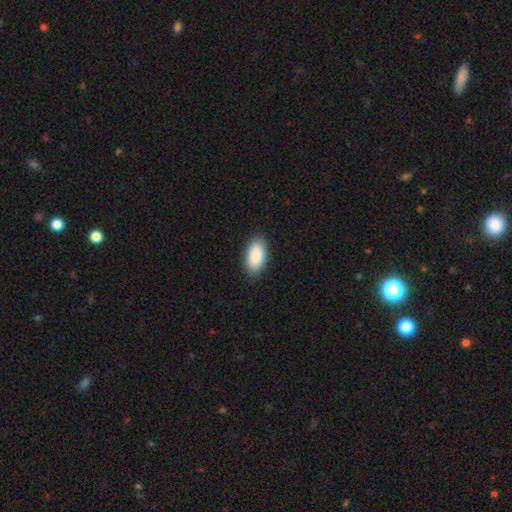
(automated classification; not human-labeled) Overall: smooth (90%). How rounded: in between (95%). Merging: none (89%).